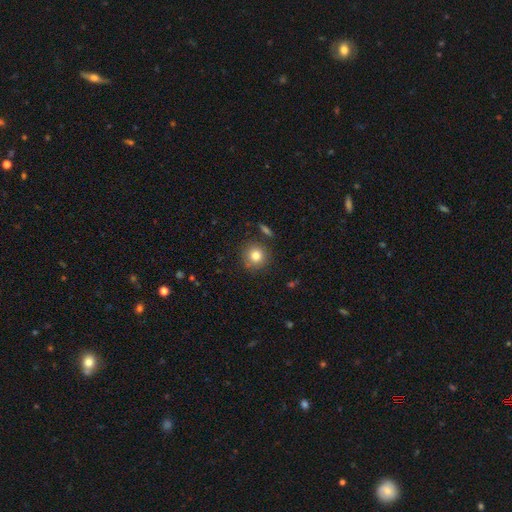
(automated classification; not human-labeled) A smooth galaxy with no disk features (80%) that is round (93%). Merging: none (84%).